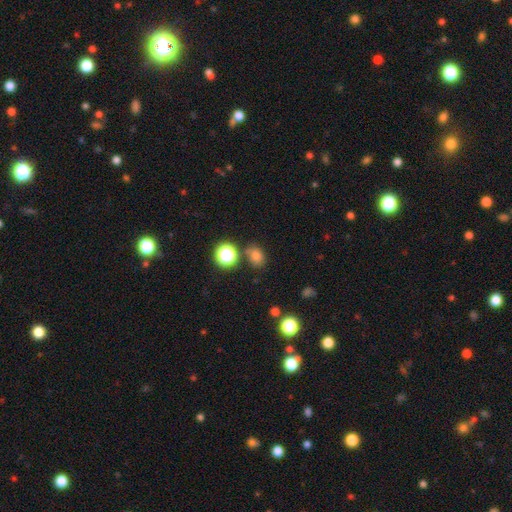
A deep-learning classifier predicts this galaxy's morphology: Q: Smooth or featured?
A: smooth (74%); runner-up: star or artifact (20%)
Q: How rounded?
A: round (50%); runner-up: in between (48%)
Q: Merging?
A: none (76%); runner-up: minor disturbance (13%)